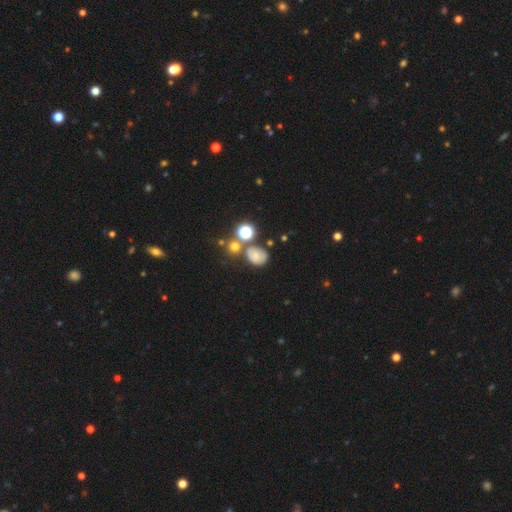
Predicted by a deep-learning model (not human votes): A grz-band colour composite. It shows a smooth galaxy with no disk features (61%) that is in between round and cigar-shaped (50%). Merging: none (57%).